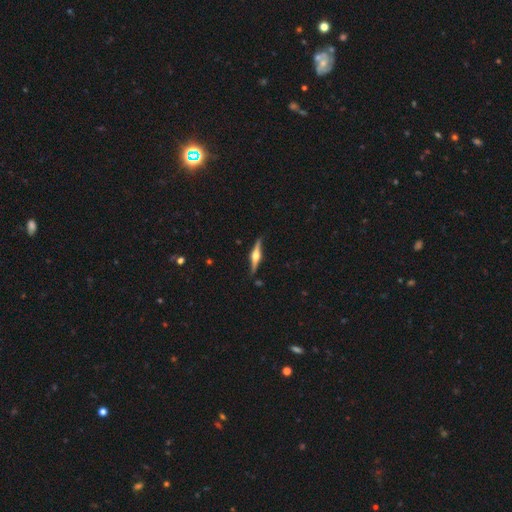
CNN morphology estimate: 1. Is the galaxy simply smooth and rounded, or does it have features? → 78% featured or disk, 17% smooth, 5% star or artifact.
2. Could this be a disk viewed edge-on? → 98% yes, 2% no.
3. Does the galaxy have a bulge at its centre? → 94% rounded, 4% boxy, 2% none.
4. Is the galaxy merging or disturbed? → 87% none, 9% minor disturbance, 2% major disturbance, 2% merger.